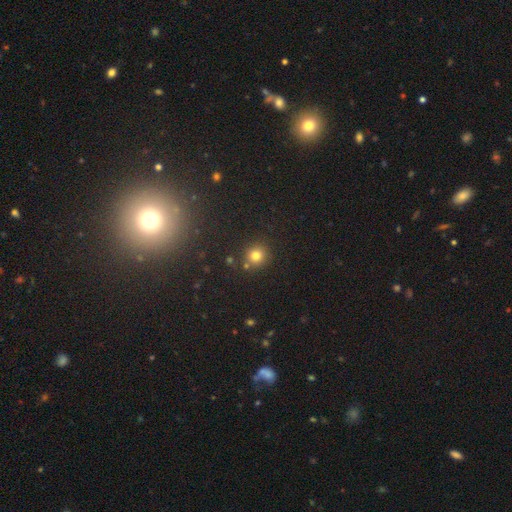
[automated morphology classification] Smooth or featured? Predicted: smooth (p=0.77). How rounded? Predicted: round (p=0.91). Merging? Predicted: none (p=0.81).